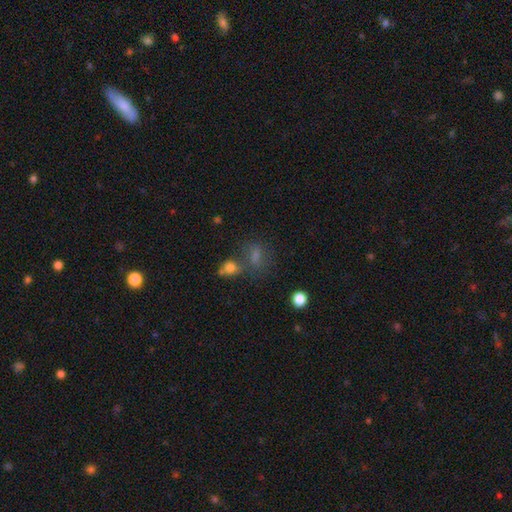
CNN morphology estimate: Overall: smooth (64%). How rounded: in between (61%; round 36%). Merging: none (49%; merger 28%).